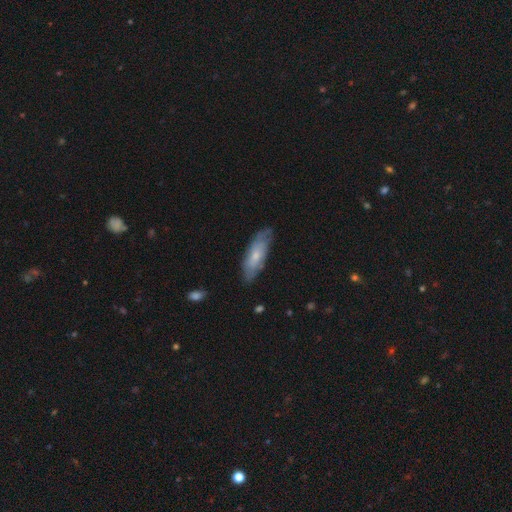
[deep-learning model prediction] Smooth or featured: smooth — 55% (featured or disk — 39%)
How rounded: in between — 60% (cigar-shaped — 38%)
Merging: none — 73% (minor disturbance — 21%)